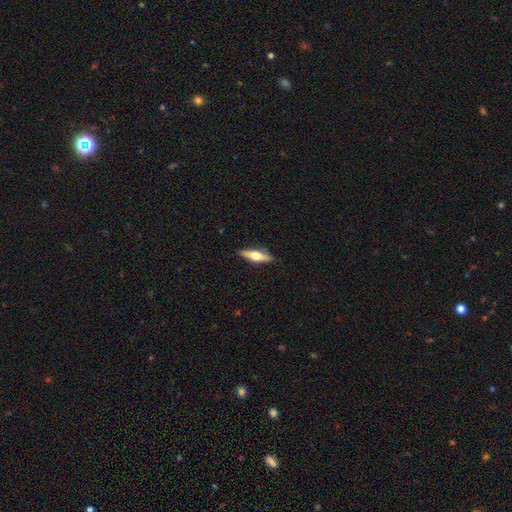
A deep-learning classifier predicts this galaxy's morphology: featured or disk 55%, smooth 39%, star or artifact 6%. Down the decision tree: edge-on disk — yes (94%); edge-on bulge — rounded (94%); merging — none (88%).